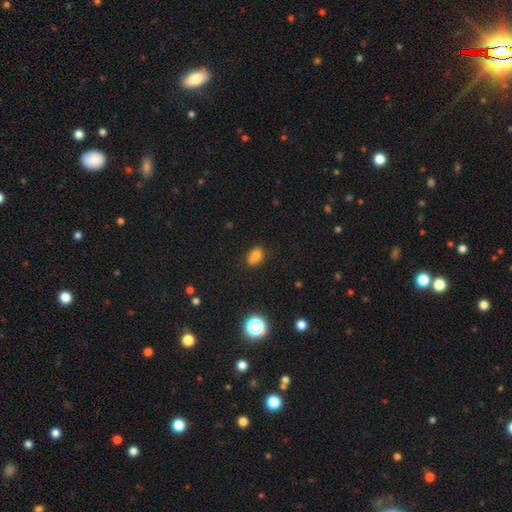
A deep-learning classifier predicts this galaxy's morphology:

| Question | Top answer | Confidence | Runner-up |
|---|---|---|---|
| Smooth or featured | smooth | 78% | star or artifact (13%) |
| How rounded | in between | 73% | round (25%) |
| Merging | none | 65% | minor disturbance (22%) |